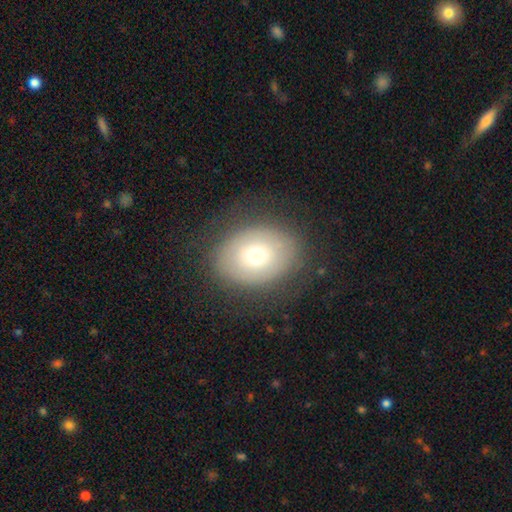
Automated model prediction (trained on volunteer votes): Smooth or featured?
  - smooth: 59% *
  - featured or disk: 31%
  - star or artifact: 9%
How rounded?
  - in between: 55% *
  - round: 44%
  - cigar-shaped: 1%
Merging?
  - none: 79% *
  - minor disturbance: 14%
  - major disturbance: 7%
  - merger: 1%